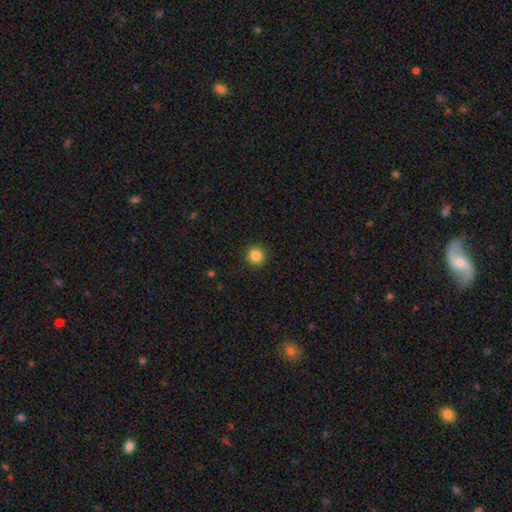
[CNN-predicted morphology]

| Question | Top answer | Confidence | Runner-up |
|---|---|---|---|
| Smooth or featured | smooth | 85% | star or artifact (11%) |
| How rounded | round | 95% | in between (4%) |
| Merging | none | 91% | minor disturbance (6%) |